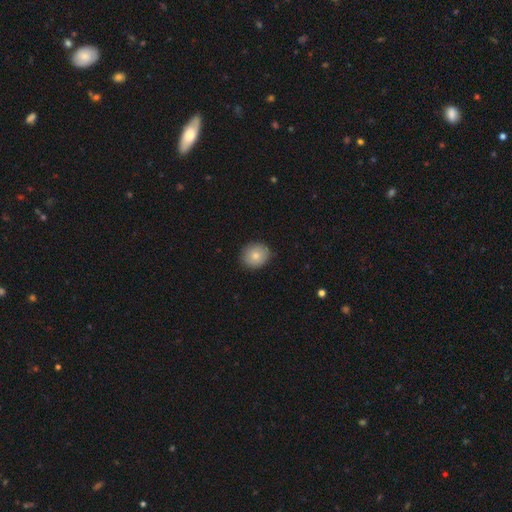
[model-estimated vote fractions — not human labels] This is clearly a smooth galaxy (81%). How rounded: likely round (75%). Merging: clearly none (88%).